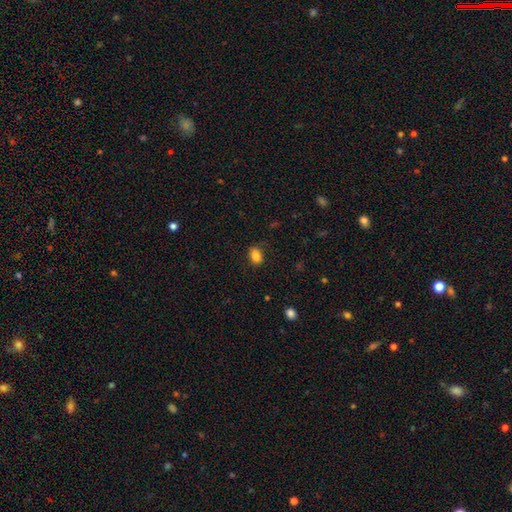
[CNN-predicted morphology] smooth_or_featured: smooth (p=0.86) [alt: star or artifact p=0.10]
how_rounded: in between (p=0.78) [alt: round p=0.20]
merging: none (p=0.80) [alt: minor disturbance p=0.15]